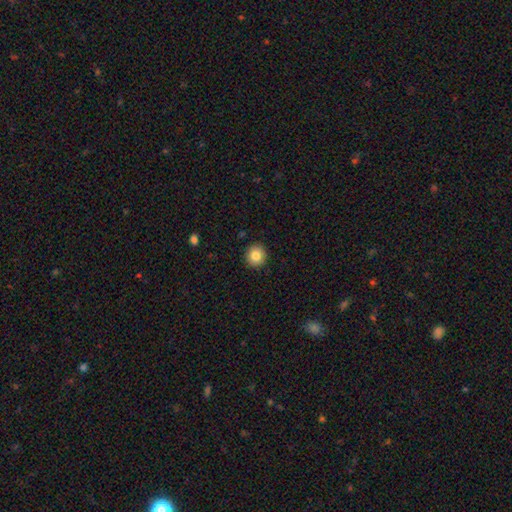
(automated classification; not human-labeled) Overall: smooth (84%). How rounded: round (93%). Merging: none (92%).